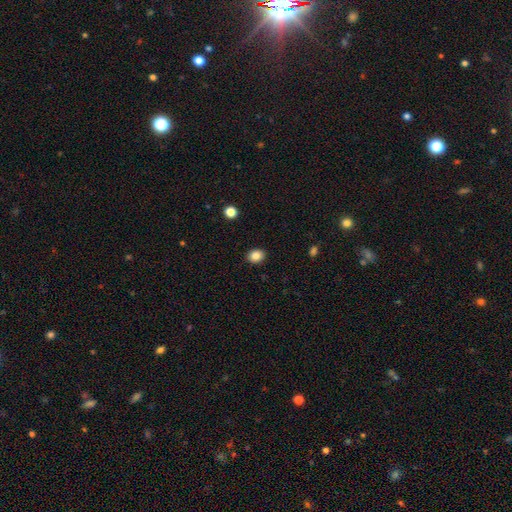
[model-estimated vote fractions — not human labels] Smooth or featured: smooth — 85% (star or artifact — 10%)
How rounded: round — 55% (in between — 44%)
Merging: none — 90% (minor disturbance — 7%)